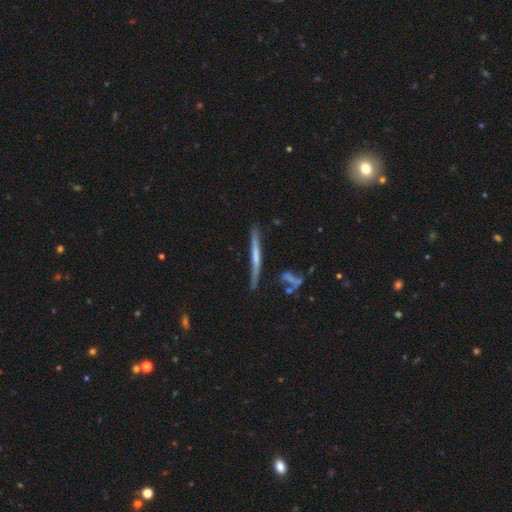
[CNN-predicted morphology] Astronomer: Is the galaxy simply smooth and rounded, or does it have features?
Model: featured or disk — 55% (runner-up: smooth, 38%).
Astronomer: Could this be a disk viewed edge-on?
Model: yes — 92%.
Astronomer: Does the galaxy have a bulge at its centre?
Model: none — 67%.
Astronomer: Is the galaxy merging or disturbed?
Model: none — 71%.